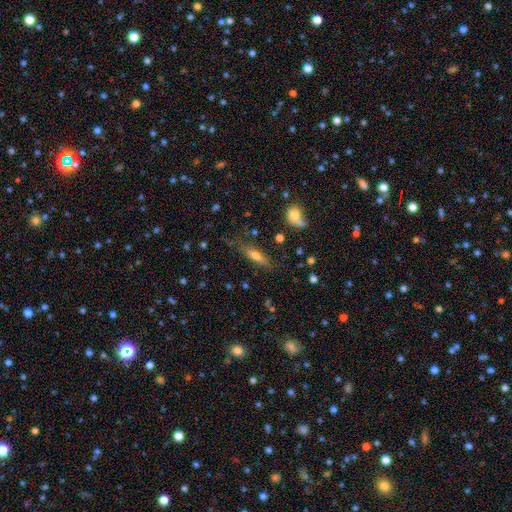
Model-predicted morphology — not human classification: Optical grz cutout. It shows a smooth galaxy with no disk features (57%) that is cigar-shaped (61%). Merging: none (73%).